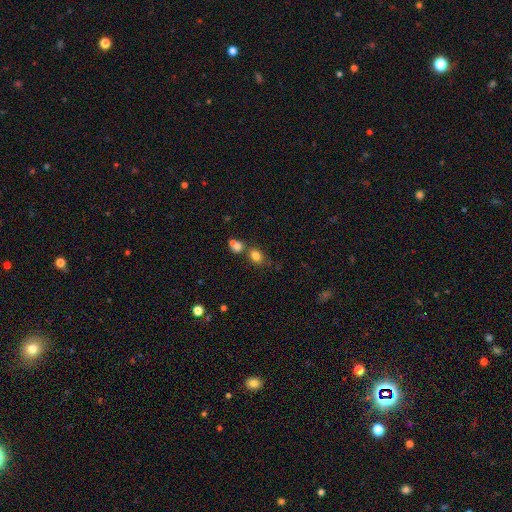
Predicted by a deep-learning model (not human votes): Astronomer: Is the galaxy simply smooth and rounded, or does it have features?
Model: smooth — 79%.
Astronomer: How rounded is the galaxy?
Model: round — 53% (runner-up: in between, 46%).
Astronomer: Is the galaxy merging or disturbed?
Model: none — 53% (runner-up: merger, 29%).